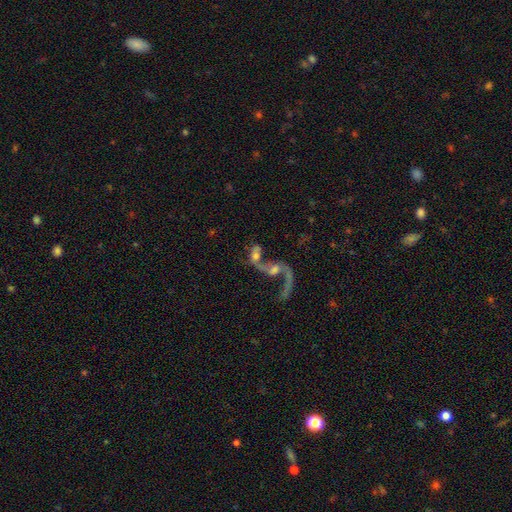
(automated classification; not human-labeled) smooth_or_featured: featured or disk (p=0.57) [alt: smooth p=0.31]
disk_edge_on: no (p=0.93) [alt: yes p=0.07]
bar: no (p=0.61) [alt: weak p=0.29]
has_spiral_arms: yes (p=0.63) [alt: no p=0.37]
bulge_size: moderate (p=0.35) [alt: small p=0.25]
merging: merger (p=0.63) [alt: none p=0.16]